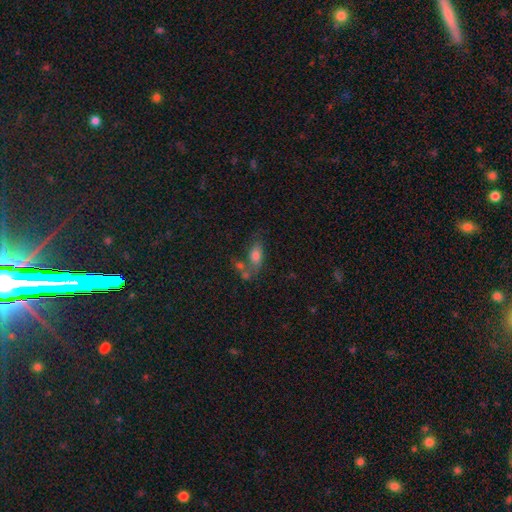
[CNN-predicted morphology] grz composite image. It shows a smooth galaxy with no disk features (72%) that is in between round and cigar-shaped (83%). Merging: none (44%).